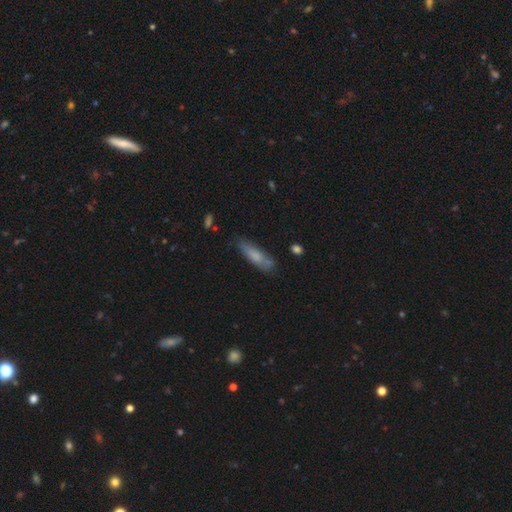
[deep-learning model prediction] A smooth galaxy with no disk features (70%) that is cigar-shaped (65%).

Vote fractions:
- Smooth or featured? smooth: 70% / featured or disk: 22% / star or artifact: 8%
- How rounded? cigar-shaped: 65% / in between: 33% / round: 2%
- Merging? none: 65% / minor disturbance: 23% / major disturbance: 7% / merger: 5%